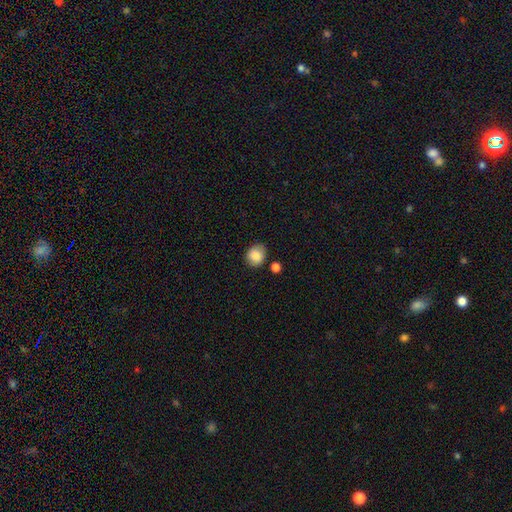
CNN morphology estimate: A smooth galaxy with no disk features (86%) that is round (66%). Merging: none (75%).